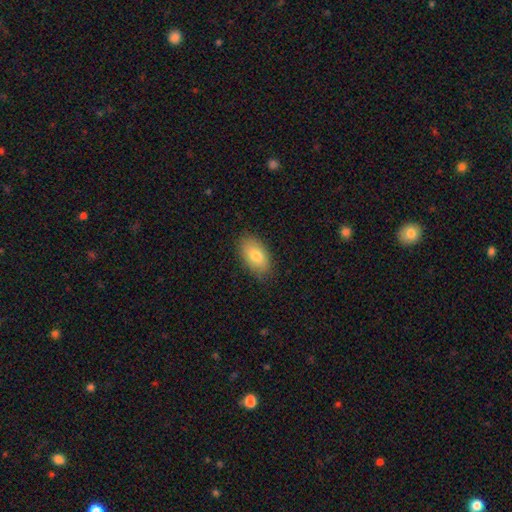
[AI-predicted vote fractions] Smooth or featured? Predicted: smooth (p=0.80). How rounded? Predicted: in between (p=0.93). Merging? Predicted: none (p=0.84).